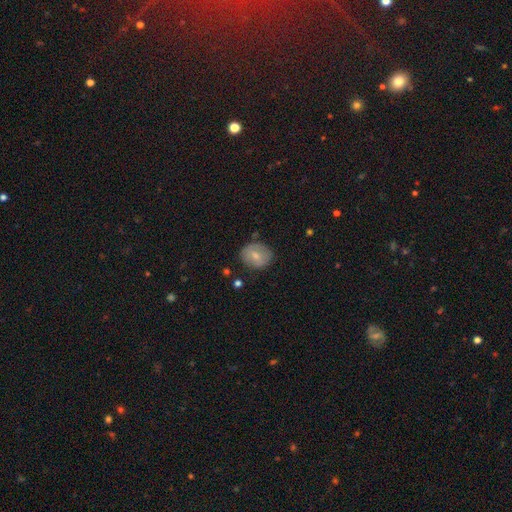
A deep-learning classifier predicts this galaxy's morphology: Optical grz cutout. It shows a smooth galaxy with no disk features (67%) that is round (60%). Merging: none (76%).